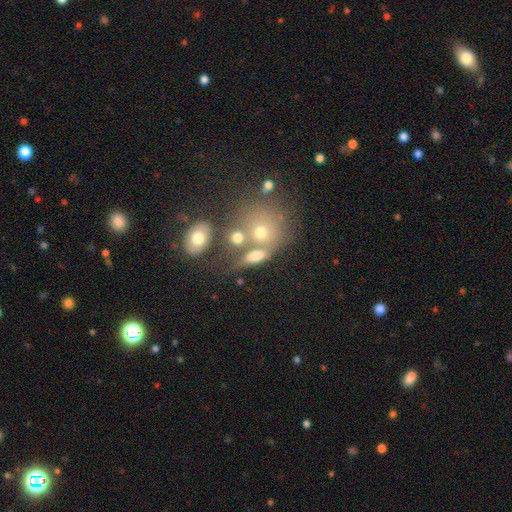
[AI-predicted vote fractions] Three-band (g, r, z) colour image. It shows a smooth galaxy with no disk features (65%) that is in between round and cigar-shaped (56%). Merging: none (43%).